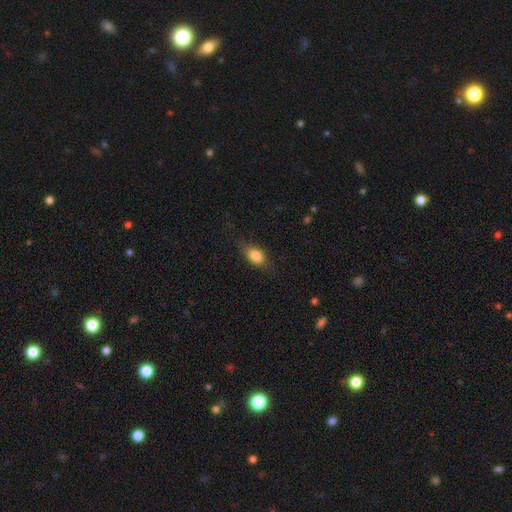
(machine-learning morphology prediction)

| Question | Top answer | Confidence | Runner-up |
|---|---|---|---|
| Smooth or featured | smooth | 81% | featured or disk (11%) |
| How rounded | in between | 82% | round (9%) |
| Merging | none | 77% | minor disturbance (16%) |